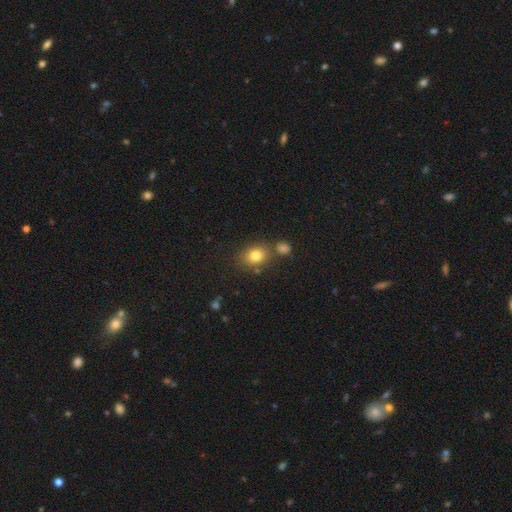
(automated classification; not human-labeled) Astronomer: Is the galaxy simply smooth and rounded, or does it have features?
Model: smooth — 80%.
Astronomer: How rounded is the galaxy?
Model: in between — 59% (runner-up: round, 40%).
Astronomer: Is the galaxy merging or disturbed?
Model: none — 69%.